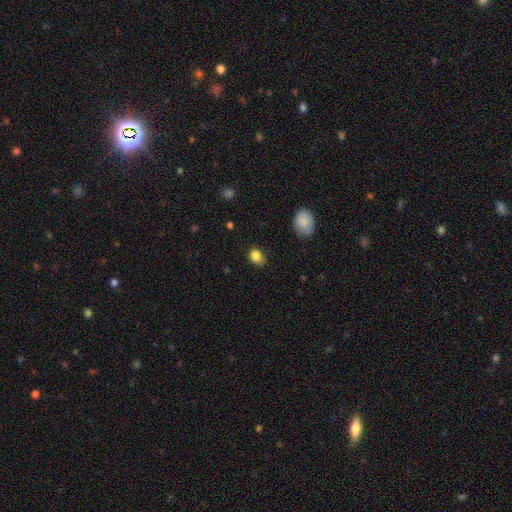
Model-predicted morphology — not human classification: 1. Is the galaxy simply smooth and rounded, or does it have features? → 85% smooth, 10% star or artifact, 5% featured or disk.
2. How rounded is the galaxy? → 58% in between, 41% round, 1% cigar-shaped.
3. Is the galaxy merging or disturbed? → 72% none, 22% minor disturbance, 4% major disturbance, 2% merger.